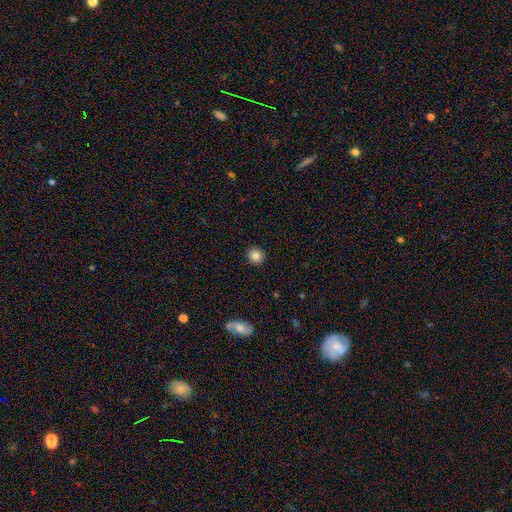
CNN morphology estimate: smooth 83%, star or artifact 10%, featured or disk 6%. Down the decision tree: how rounded — round (89%); merging — none (92%).